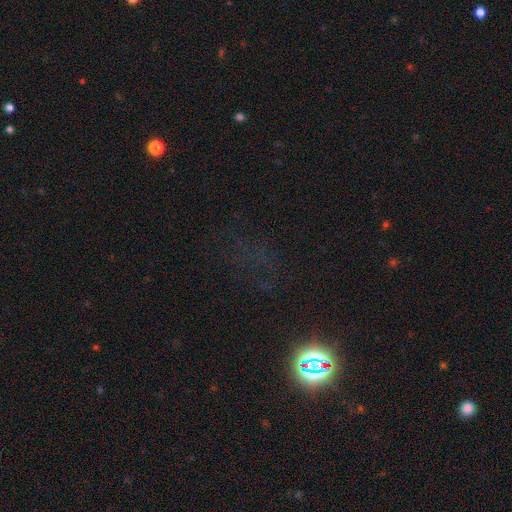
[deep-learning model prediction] smooth_or_featured: star or artifact (p=0.66) [alt: smooth p=0.23]